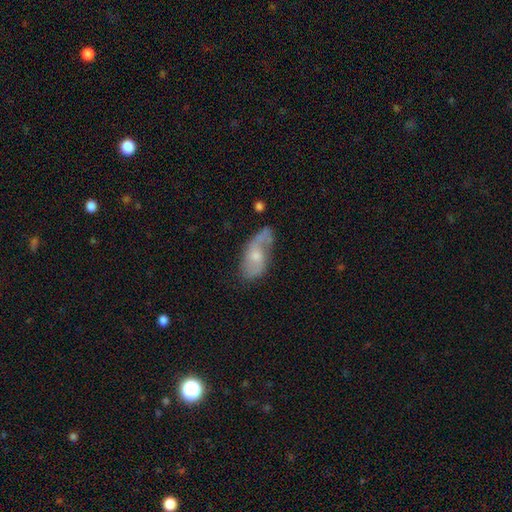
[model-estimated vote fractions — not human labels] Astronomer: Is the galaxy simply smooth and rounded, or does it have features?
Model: featured or disk — 62%.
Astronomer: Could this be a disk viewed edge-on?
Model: no — 92%.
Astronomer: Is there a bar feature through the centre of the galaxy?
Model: no — 66%.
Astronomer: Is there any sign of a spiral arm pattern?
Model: yes — 80%.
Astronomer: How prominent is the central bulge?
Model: moderate — 48% (runner-up: small, 42%).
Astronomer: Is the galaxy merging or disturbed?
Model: none — 47% (runner-up: minor disturbance, 30%).